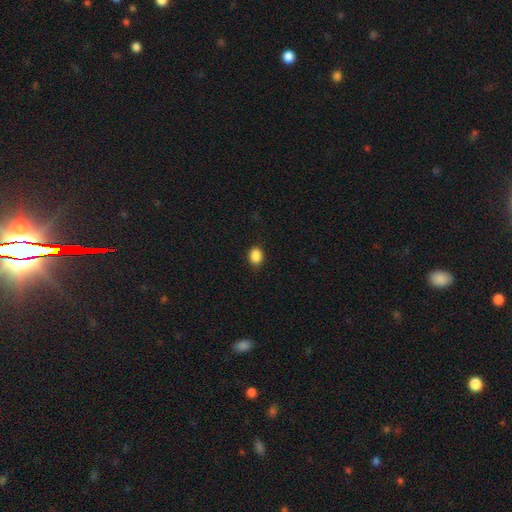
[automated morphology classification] Smooth or featured?
  - smooth: 88% *
  - star or artifact: 9%
  - featured or disk: 3%
How rounded?
  - in between: 63% *
  - round: 36%
  - cigar-shaped: 1%
Merging?
  - none: 84% *
  - minor disturbance: 12%
  - major disturbance: 2%
  - merger: 1%